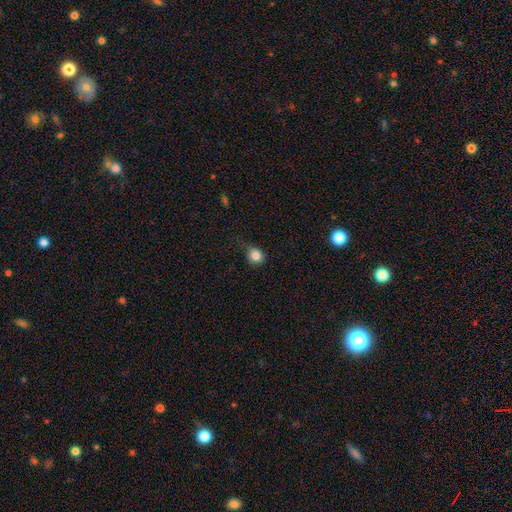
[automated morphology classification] This appears to be a smooth galaxy with no disk features (83%) that is round (87%). Merging: none (60%).